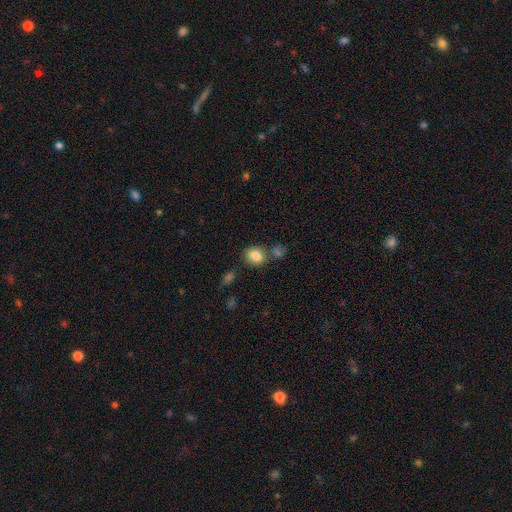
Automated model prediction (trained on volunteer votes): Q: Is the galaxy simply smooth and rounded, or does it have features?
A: smooth — 83%.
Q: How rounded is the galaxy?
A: round — 65%.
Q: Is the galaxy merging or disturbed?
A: none — 67%.